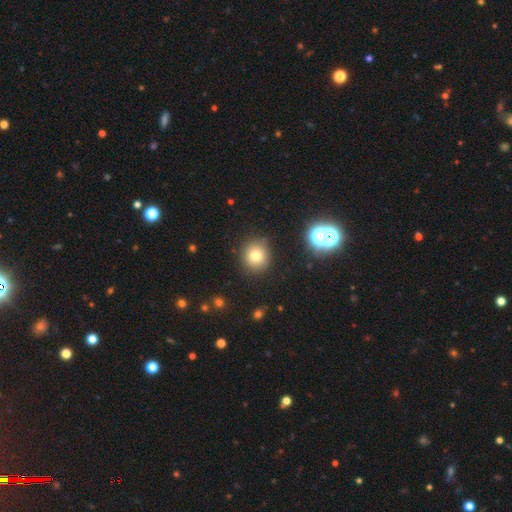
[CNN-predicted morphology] Q: Smooth or featured?
A: smooth (76%); runner-up: star or artifact (14%)
Q: How rounded?
A: round (86%); runner-up: in between (13%)
Q: Merging?
A: none (87%); runner-up: minor disturbance (9%)